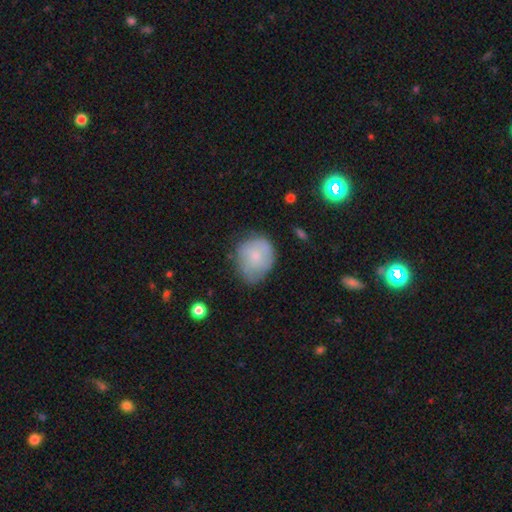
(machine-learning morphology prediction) Smooth or featured: smooth — 68% (featured or disk — 24%)
How rounded: round — 66% (in between — 33%)
Merging: none — 52% (minor disturbance — 35%)